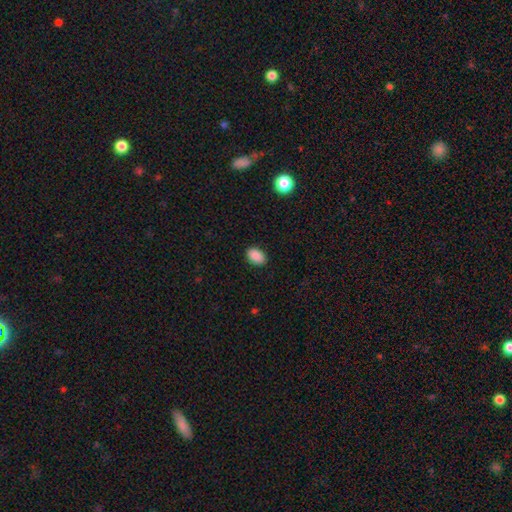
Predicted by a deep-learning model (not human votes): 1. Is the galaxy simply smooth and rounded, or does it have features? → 89% smooth, 8% star or artifact, 3% featured or disk.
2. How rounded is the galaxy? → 86% in between, 13% round, 1% cigar-shaped.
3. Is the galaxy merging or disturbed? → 89% none, 8% minor disturbance, 2% major disturbance, 1% merger.